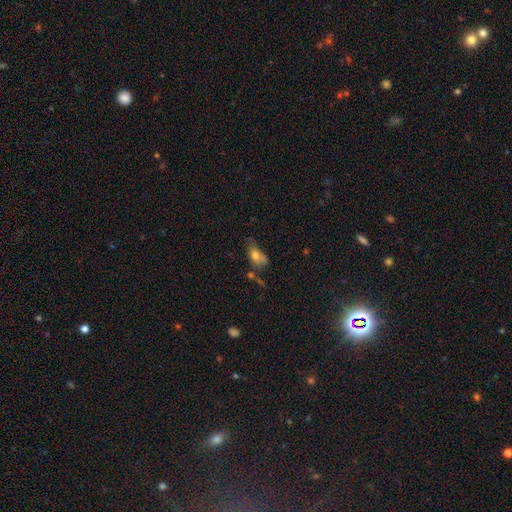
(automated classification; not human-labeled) A smooth galaxy with no disk features (70%) that is in between round and cigar-shaped (85%).

Vote fractions:
- Smooth or featured? smooth: 70% / featured or disk: 20% / star or artifact: 10%
- How rounded? in between: 85% / round: 11% / cigar-shaped: 4%
- Merging? none: 37% / minor disturbance: 30% / major disturbance: 17% / merger: 16%